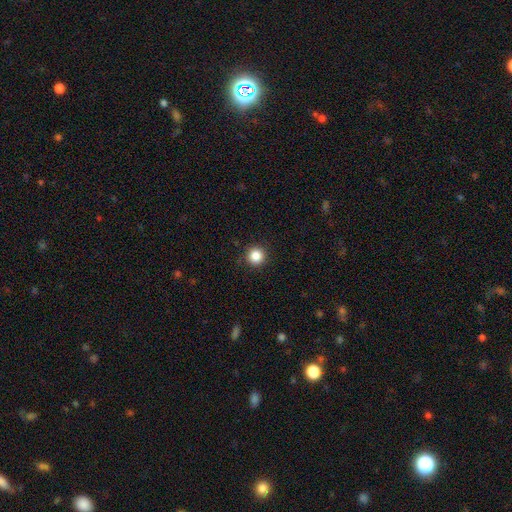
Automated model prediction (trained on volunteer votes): Smooth or featured? Predicted: smooth (p=0.86). How rounded? Predicted: round (p=0.96). Merging? Predicted: none (p=0.91).